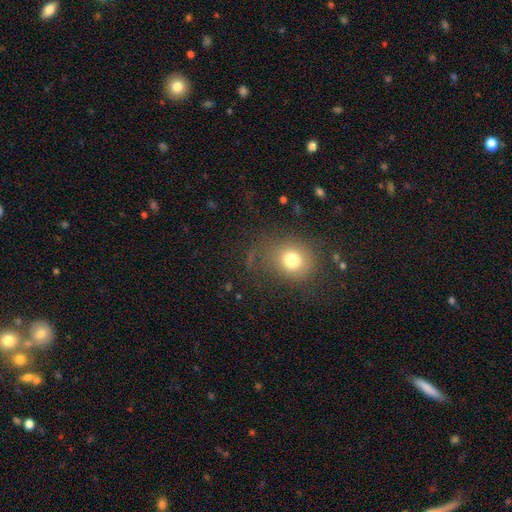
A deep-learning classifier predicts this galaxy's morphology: smooth 68%, star or artifact 19%, featured or disk 13%. Down the decision tree: how rounded — round (69%); merging — none (70%).